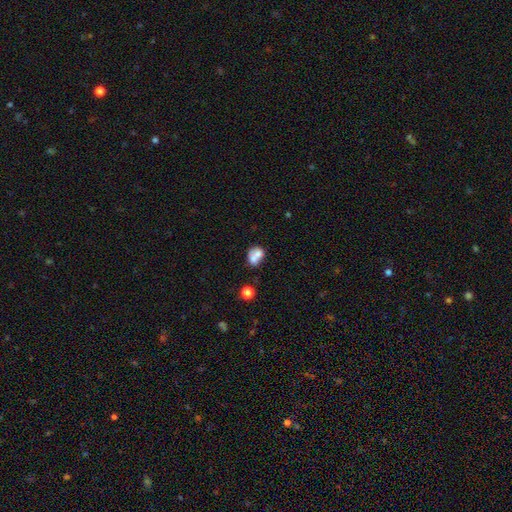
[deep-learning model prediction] Q: Smooth or featured?
A: smooth (67%); runner-up: featured or disk (23%)
Q: How rounded?
A: round (52%); runner-up: in between (47%)
Q: Merging?
A: merger (60%); runner-up: none (25%)